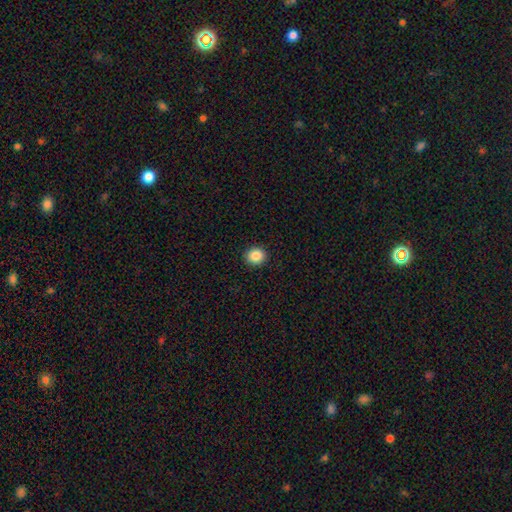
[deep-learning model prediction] A smooth galaxy with no disk features (87%) that is round (86%). Merging: none (92%).